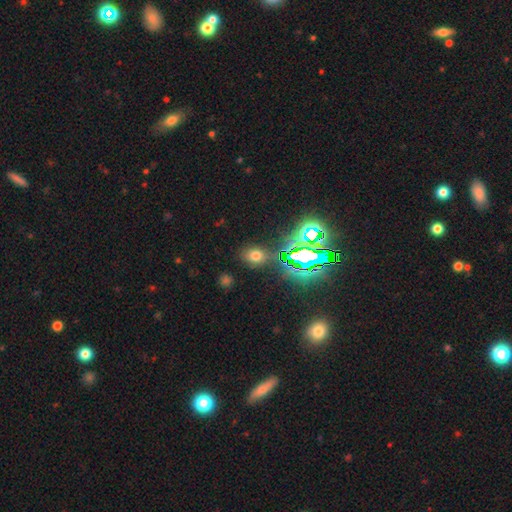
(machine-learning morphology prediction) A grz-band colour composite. It shows a smooth galaxy with no disk features (59%) that is in between round and cigar-shaped (55%). Merging: none (80%).